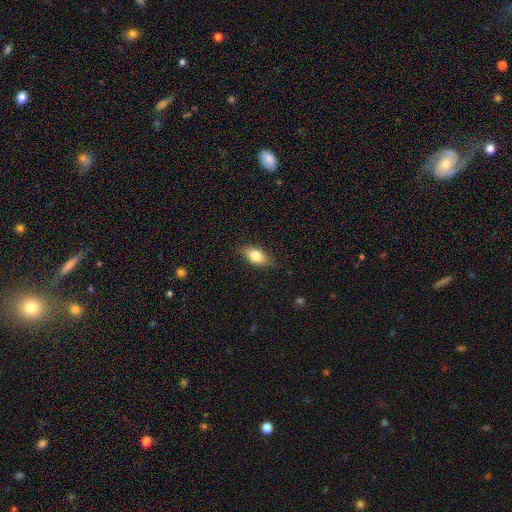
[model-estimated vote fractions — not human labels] This appears to be a smooth galaxy with no disk features (78%) that is in between round and cigar-shaped (85%). Merging: none (81%).